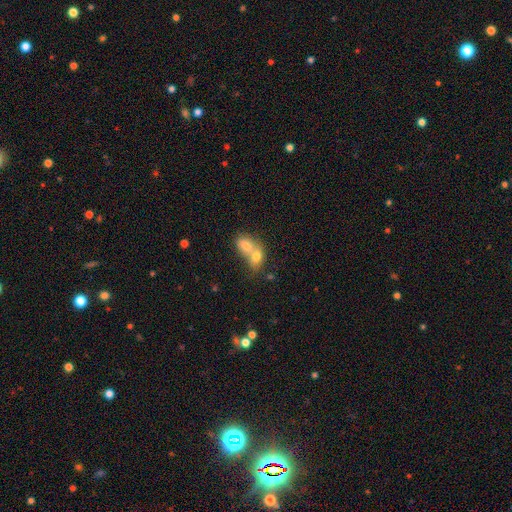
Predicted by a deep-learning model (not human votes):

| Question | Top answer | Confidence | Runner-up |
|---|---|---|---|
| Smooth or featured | smooth | 70% | featured or disk (20%) |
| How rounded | in between | 68% | round (30%) |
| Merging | merger | 76% | none (16%) |